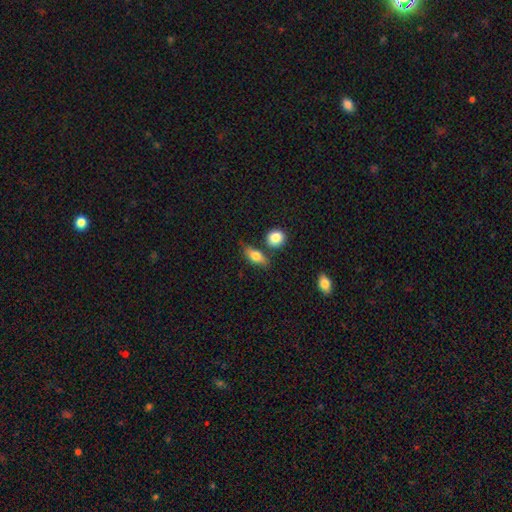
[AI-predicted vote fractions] A smooth galaxy with no disk features (70%) that is in between round and cigar-shaped (71%). Merging: none (69%).